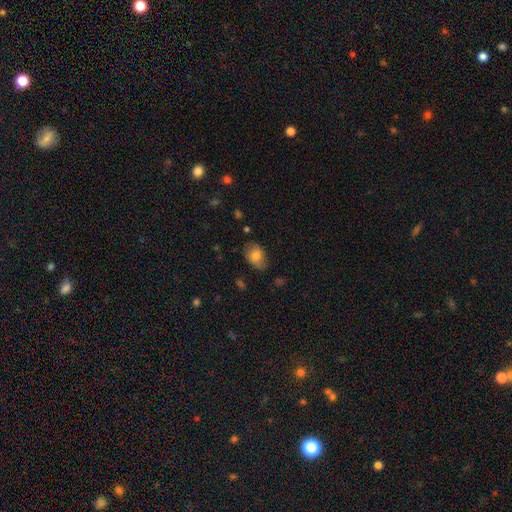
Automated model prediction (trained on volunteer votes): Overall: smooth (74%). How rounded: in between (79%). Merging: none (70%).